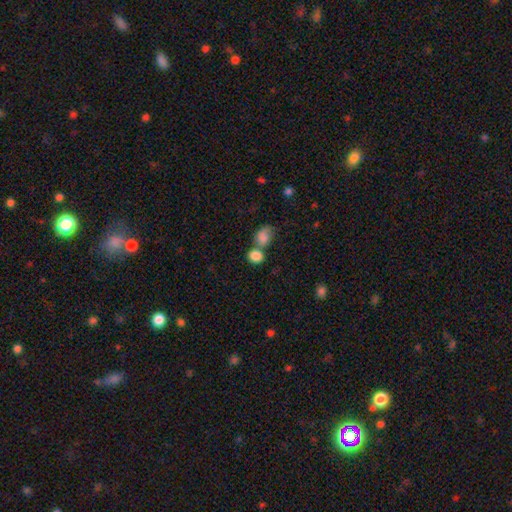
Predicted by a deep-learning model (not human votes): This appears to be a smooth galaxy with no disk features (85%) that is round (57%). Merging: merger (47%).